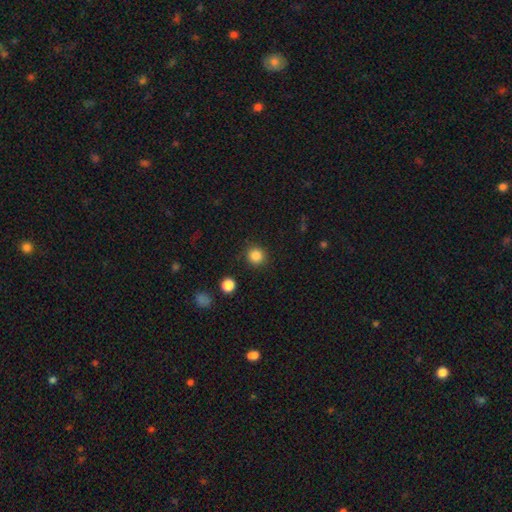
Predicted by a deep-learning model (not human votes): Smooth or featured: smooth — 85% (star or artifact — 11%)
How rounded: round — 94% (in between — 5%)
Merging: none — 90% (minor disturbance — 6%)